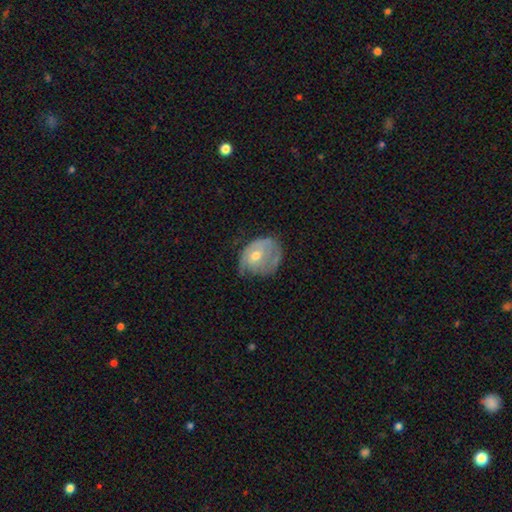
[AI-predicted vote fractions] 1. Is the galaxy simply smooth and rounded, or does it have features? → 59% featured or disk, 34% smooth, 6% star or artifact.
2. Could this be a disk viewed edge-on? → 96% no, 4% yes.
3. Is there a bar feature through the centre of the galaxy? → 70% no, 25% weak, 5% strong.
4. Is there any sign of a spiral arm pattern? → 69% yes, 31% no.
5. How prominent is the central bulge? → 61% moderate, 35% small, 2% large, 1% none, 1% dominant.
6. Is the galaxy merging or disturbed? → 42% none, 35% minor disturbance, 21% major disturbance, 2% merger.